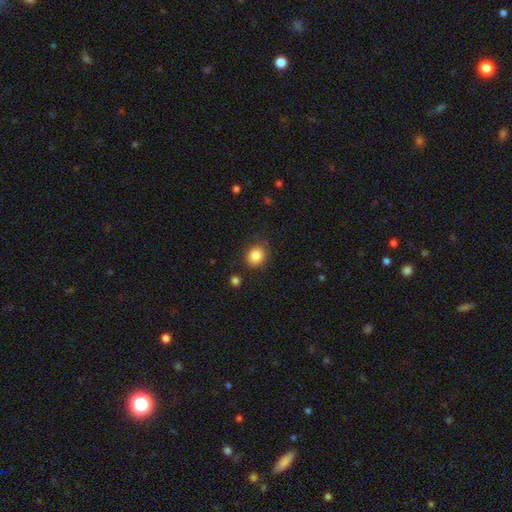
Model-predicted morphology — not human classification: Smooth or featured?
  - smooth: 85% *
  - star or artifact: 9%
  - featured or disk: 6%
How rounded?
  - round: 71% *
  - in between: 28%
  - cigar-shaped: 1%
Merging?
  - none: 82% *
  - minor disturbance: 12%
  - major disturbance: 4%
  - merger: 2%